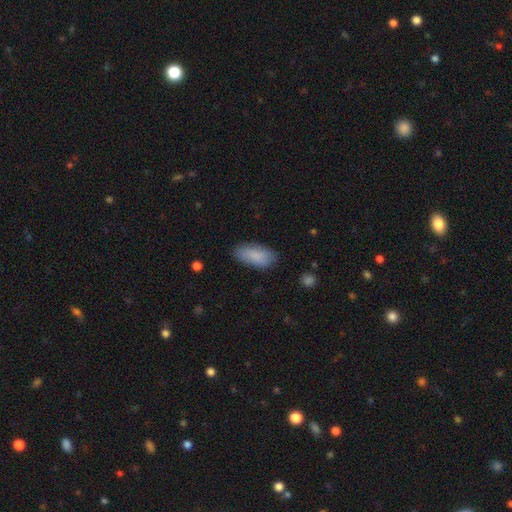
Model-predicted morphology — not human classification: A smooth galaxy with no disk features (88%) that is in between round and cigar-shaped (87%). Merging: none (83%).